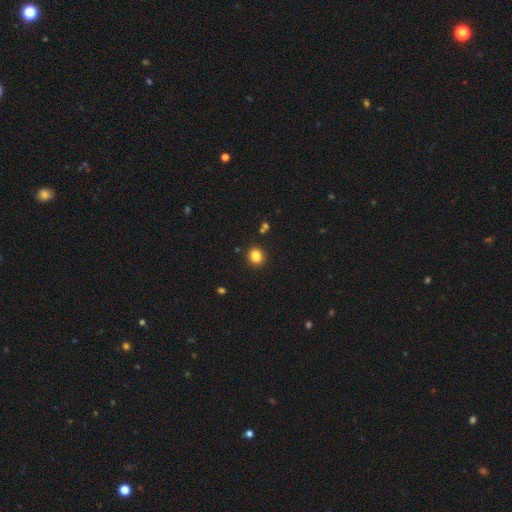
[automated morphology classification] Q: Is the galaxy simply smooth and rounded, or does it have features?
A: smooth — 85%.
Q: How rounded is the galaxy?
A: round — 62%.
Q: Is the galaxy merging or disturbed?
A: none — 84%.